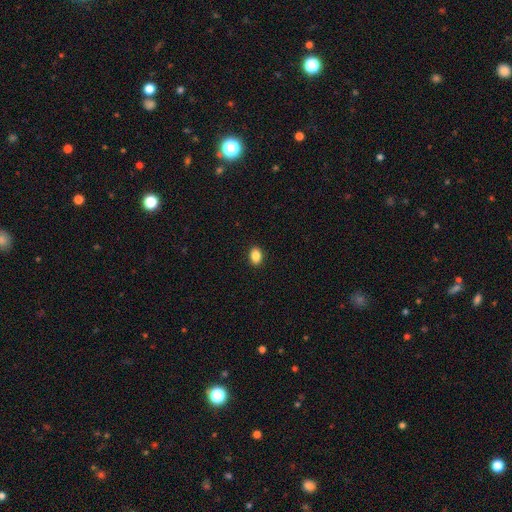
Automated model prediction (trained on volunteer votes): smooth_or_featured: smooth (p=0.87) [alt: star or artifact p=0.09]
how_rounded: in between (p=0.73) [alt: round p=0.26]
merging: none (p=0.91) [alt: minor disturbance p=0.06]